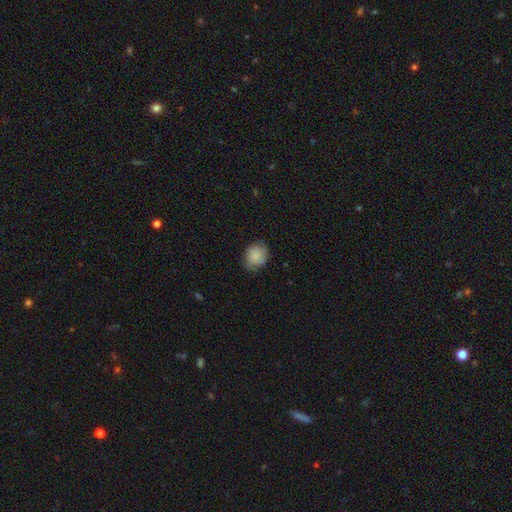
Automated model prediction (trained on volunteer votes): This appears to be a smooth galaxy with no disk features (81%) that is round (60%). Merging: none (72%).